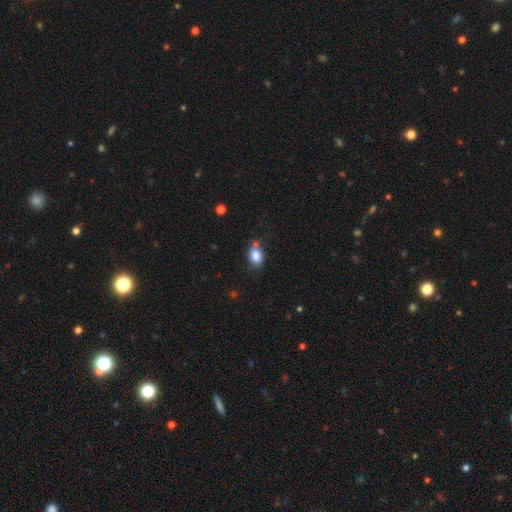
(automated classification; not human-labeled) The model was most divided on "merging": none: 64%, minor disturbance: 20%, merger: 12%, major disturbance: 5%. More confident: smooth or featured — smooth (84%); how rounded — in between (79%).